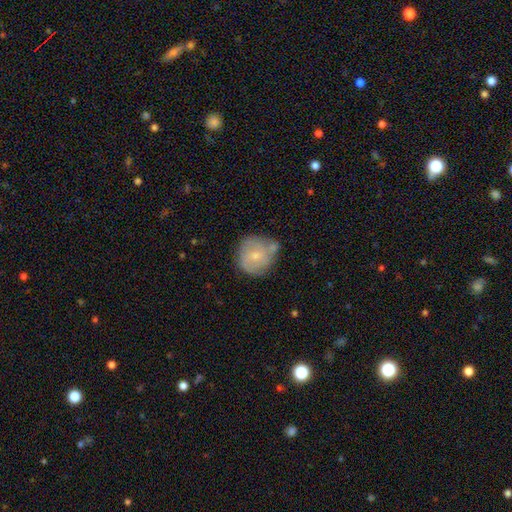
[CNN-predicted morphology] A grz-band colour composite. It shows a smooth galaxy with no disk features (53%) that is round (86%). Merging: none (54%).